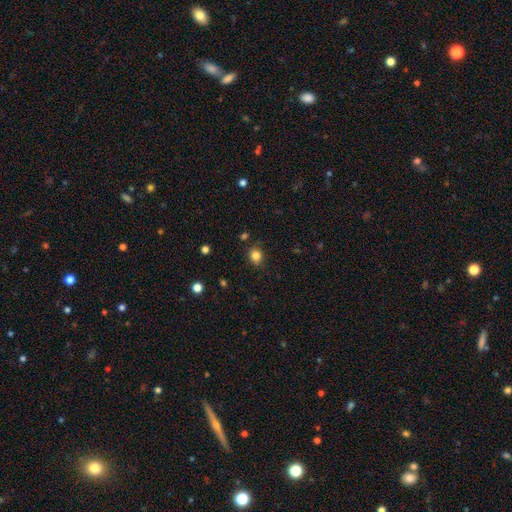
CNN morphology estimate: A smooth galaxy with no disk features (83%) that is round (70%).

Vote fractions:
- Smooth or featured? smooth: 83% / star or artifact: 12% / featured or disk: 5%
- How rounded? round: 70% / in between: 29% / cigar-shaped: 1%
- Merging? none: 84% / minor disturbance: 11% / major disturbance: 3% / merger: 2%